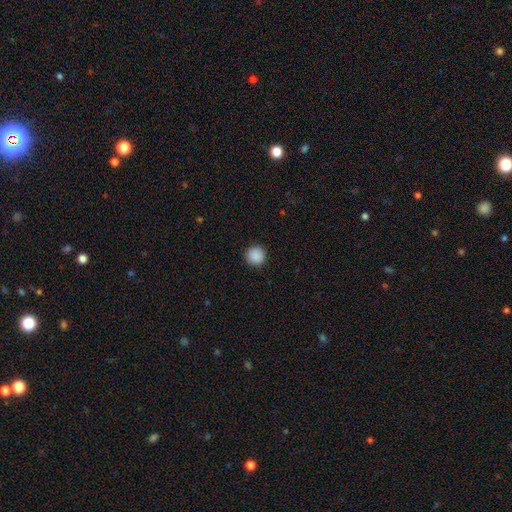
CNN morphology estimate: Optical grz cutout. It shows a smooth galaxy with no disk features (89%) that is round (96%). Merging: none (93%).